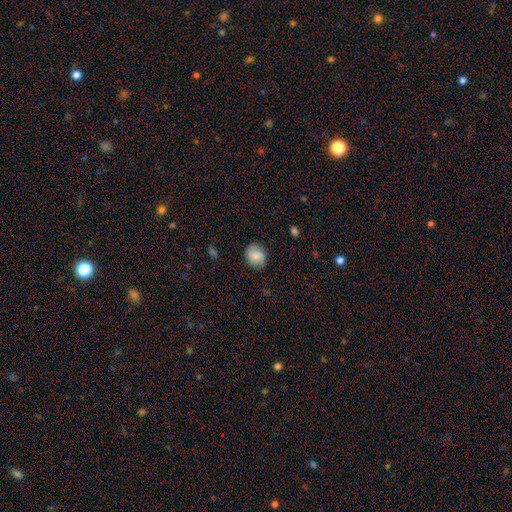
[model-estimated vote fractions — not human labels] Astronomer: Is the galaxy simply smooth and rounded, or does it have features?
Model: smooth — 78%.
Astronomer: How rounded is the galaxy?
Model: round — 64%.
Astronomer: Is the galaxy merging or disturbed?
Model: none — 80%.